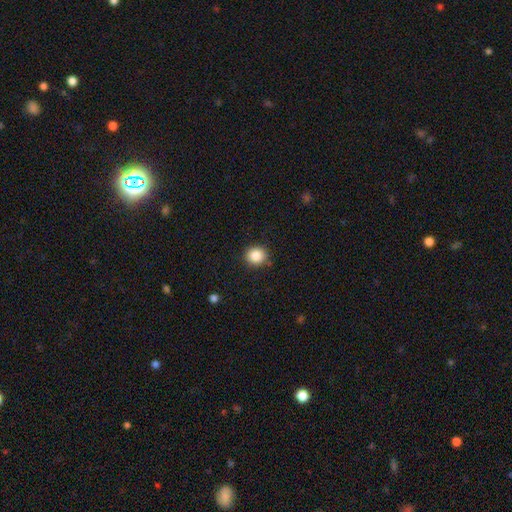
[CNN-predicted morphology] This appears to be a smooth galaxy with no disk features (86%) that is round (87%). Merging: none (86%).